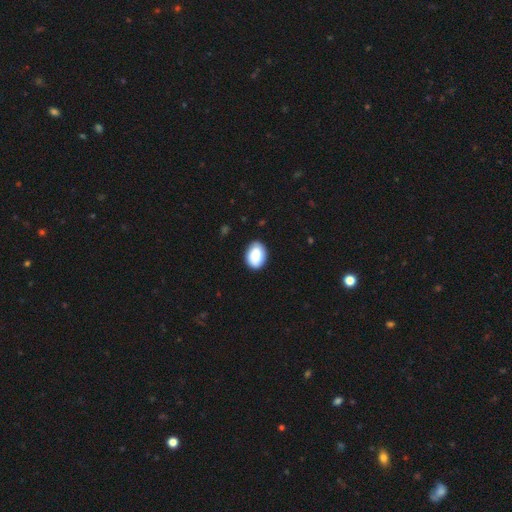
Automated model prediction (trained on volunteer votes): The model was most divided on "how rounded": in between: 80%, round: 19%, cigar-shaped: 1%. More confident: smooth or featured — smooth (87%); merging — none (82%).